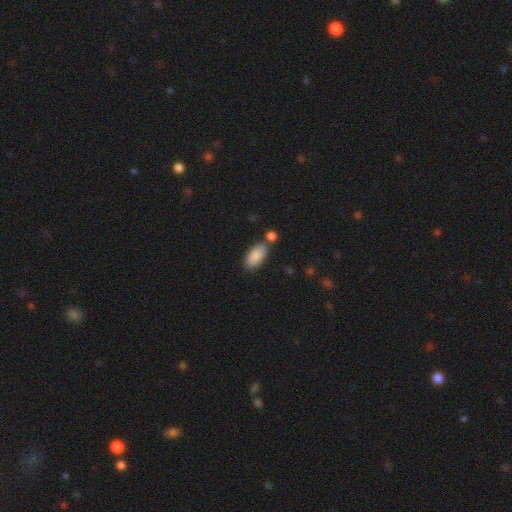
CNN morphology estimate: Smooth or featured? smooth (88%)
How rounded? in between (90%)
Merging? none (67%)